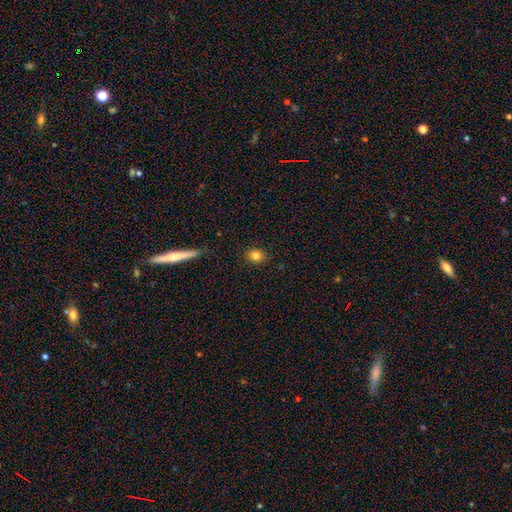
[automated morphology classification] This is clearly a smooth galaxy (83%). How rounded: likely round (63%). Merging: clearly none (89%).